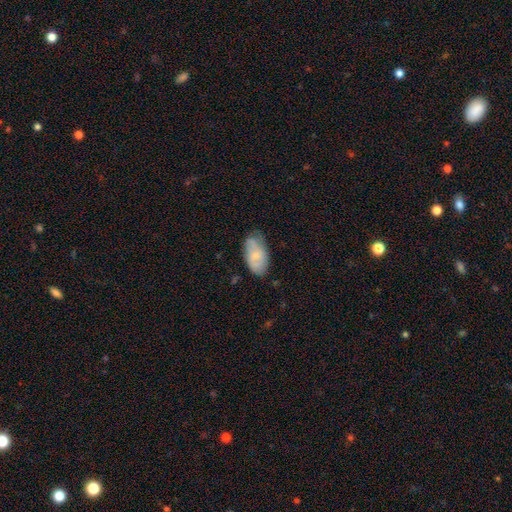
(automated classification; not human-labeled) This appears to be a smooth galaxy with no disk features (61%) that is in between round and cigar-shaped (94%). Merging: none (60%).